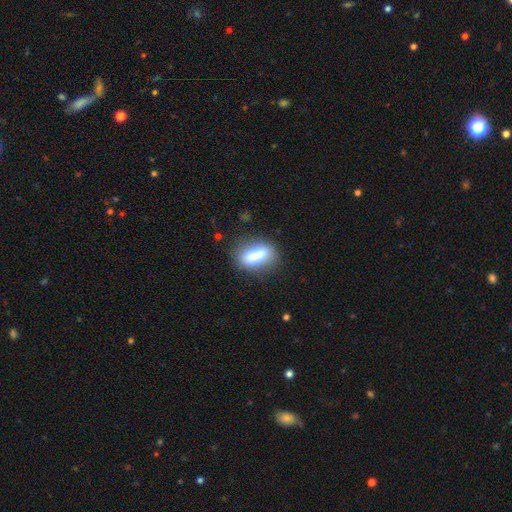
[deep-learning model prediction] smooth-or-featured: smooth: 73% | featured or disk: 18% | star or artifact: 9%
  how-rounded: in between: 59% | cigar-shaped: 31% | round: 9%
  merging: none: 79% | minor disturbance: 13% | major disturbance: 5% | merger: 3%